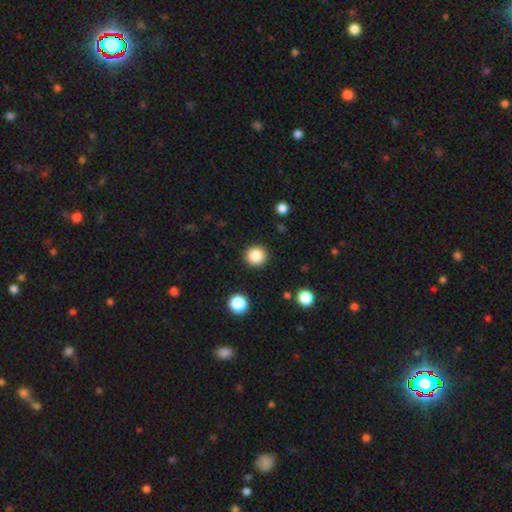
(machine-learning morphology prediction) Q: Smooth or featured?
A: smooth (86%); runner-up: star or artifact (11%)
Q: How rounded?
A: round (93%); runner-up: in between (6%)
Q: Merging?
A: none (91%); runner-up: minor disturbance (6%)